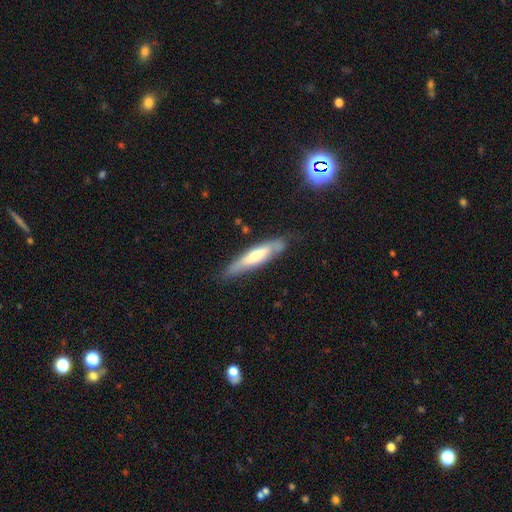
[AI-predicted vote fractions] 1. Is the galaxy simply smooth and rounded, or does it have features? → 50% smooth, 44% featured or disk, 6% star or artifact.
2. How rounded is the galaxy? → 81% cigar-shaped, 17% in between, 1% round.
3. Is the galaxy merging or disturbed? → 76% none, 18% minor disturbance, 4% major disturbance, 2% merger.